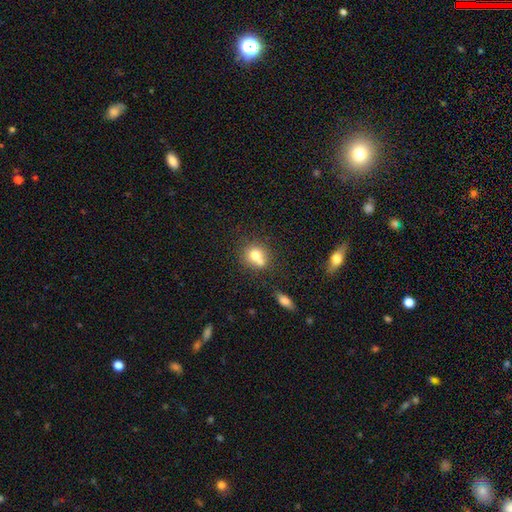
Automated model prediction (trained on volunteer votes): Smooth or featured? Predicted: smooth (p=0.72). How rounded? Predicted: round (p=0.81). Merging? Predicted: none (p=0.46).